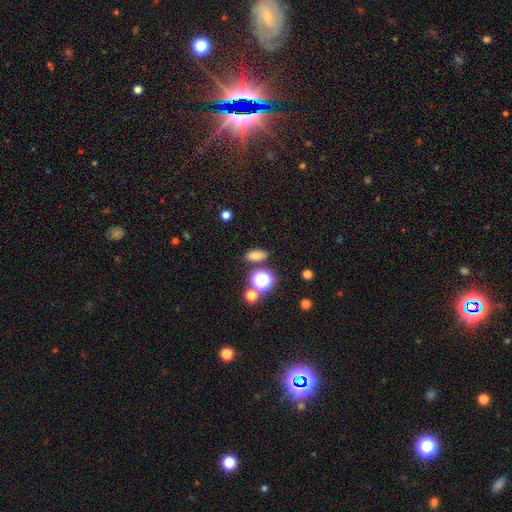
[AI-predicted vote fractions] smooth_or_featured: smooth (p=0.73) [alt: star or artifact p=0.19]
how_rounded: in between (p=0.71) [alt: round p=0.18]
merging: none (p=0.80) [alt: minor disturbance p=0.11]